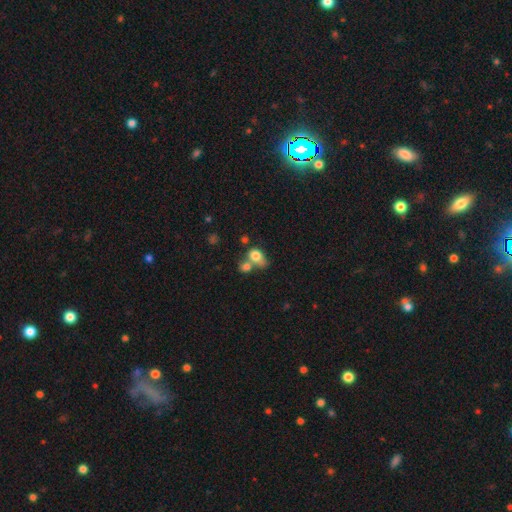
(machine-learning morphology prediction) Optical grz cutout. It shows a smooth galaxy with no disk features (77%) that is in between round and cigar-shaped (63%). Merging: merger (54%).